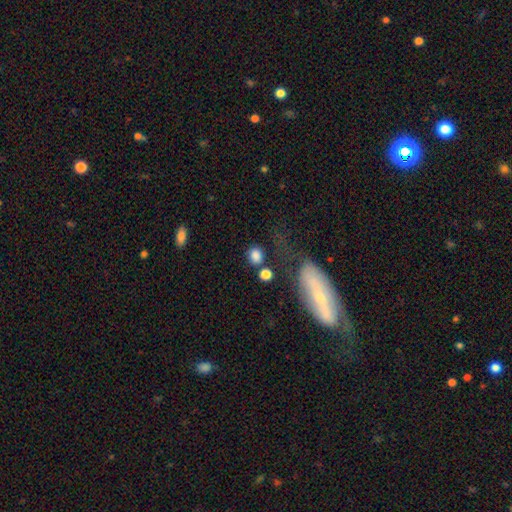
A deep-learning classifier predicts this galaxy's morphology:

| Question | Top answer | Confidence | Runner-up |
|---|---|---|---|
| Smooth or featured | smooth | 83% | star or artifact (10%) |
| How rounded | round | 72% | in between (26%) |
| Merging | none | 68% | minor disturbance (13%) |